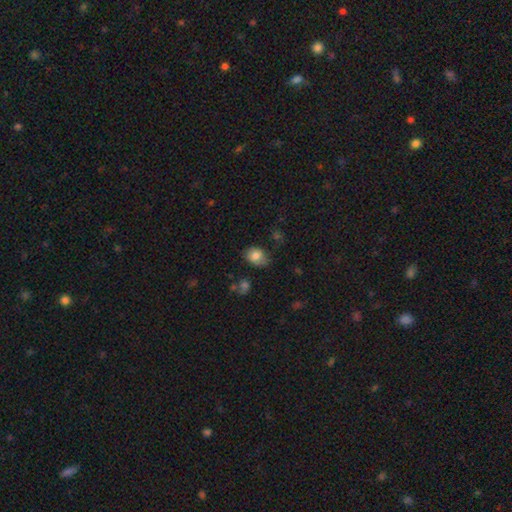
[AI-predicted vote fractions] A smooth galaxy with no disk features (80%) that is in between round and cigar-shaped (57%). Merging: none (58%).